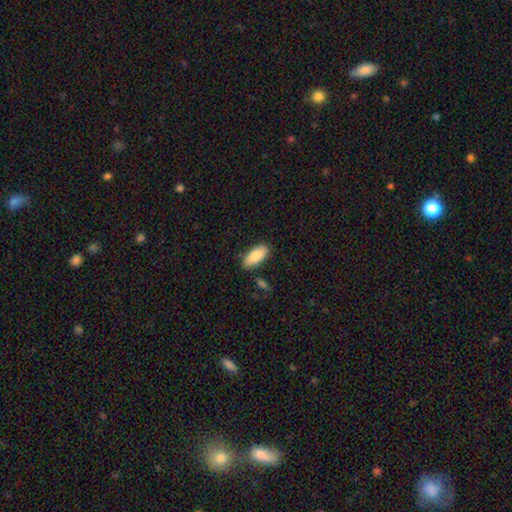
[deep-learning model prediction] smooth 85%, featured or disk 9%, star or artifact 6%. Down the decision tree: how rounded — in between (89%); merging — none (83%).